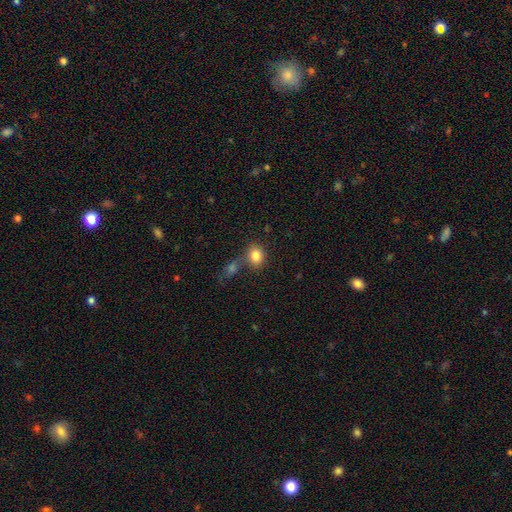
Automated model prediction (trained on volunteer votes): Smooth or featured?
  - smooth: 83% *
  - star or artifact: 10%
  - featured or disk: 7%
How rounded?
  - round: 56% *
  - in between: 43%
  - cigar-shaped: 1%
Merging?
  - none: 61% *
  - merger: 21%
  - minor disturbance: 12%
  - major disturbance: 5%